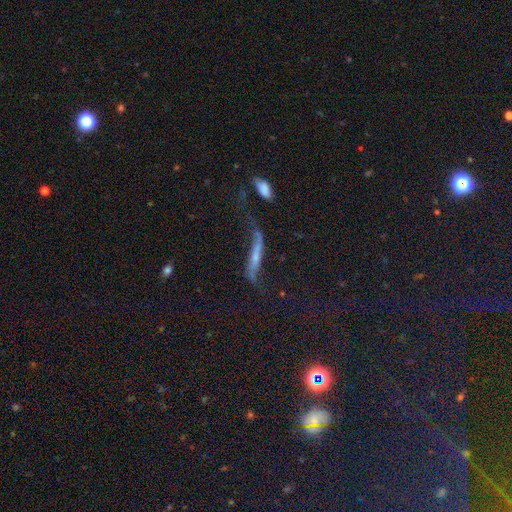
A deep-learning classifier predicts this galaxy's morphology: The model was most divided on "edge-on disk": no: 51%, yes: 49%. Remaining: smooth or featured — featured or disk (61%); merging — none (39%).